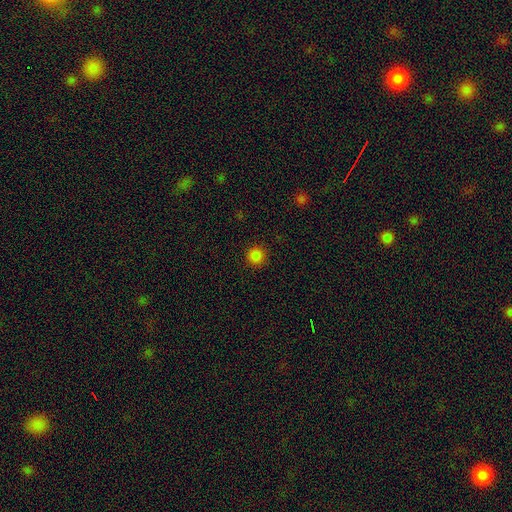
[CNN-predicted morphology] Smooth or featured: smooth — 84% (star or artifact — 13%)
How rounded: round — 95% (in between — 4%)
Merging: none — 92% (minor disturbance — 5%)